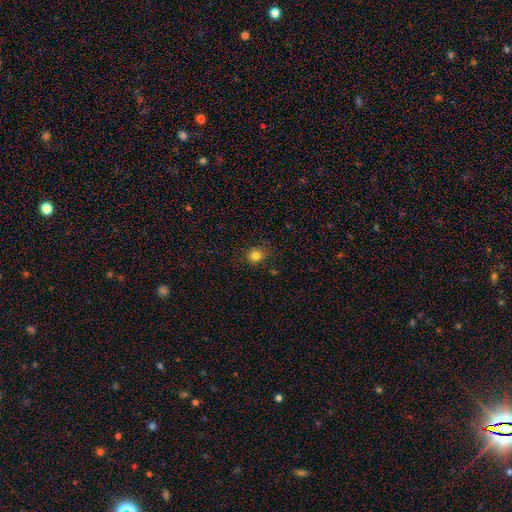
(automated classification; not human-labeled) Q: Smooth or featured?
A: smooth (81%); runner-up: star or artifact (13%)
Q: How rounded?
A: round (80%); runner-up: in between (19%)
Q: Merging?
A: none (83%); runner-up: minor disturbance (12%)